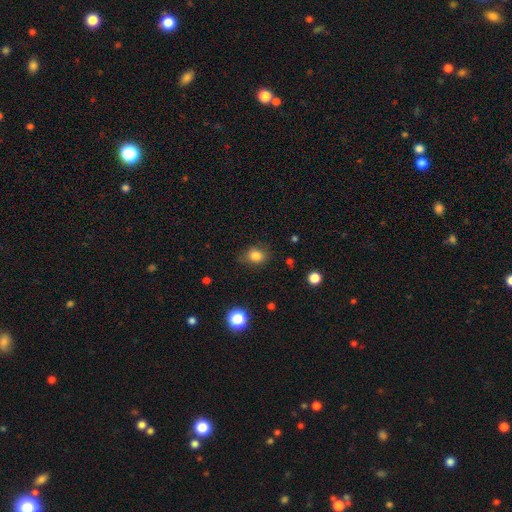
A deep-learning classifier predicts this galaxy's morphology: Smooth or featured: smooth — 82% (star or artifact — 11%)
How rounded: round — 51% (in between — 48%)
Merging: none — 73% (minor disturbance — 20%)